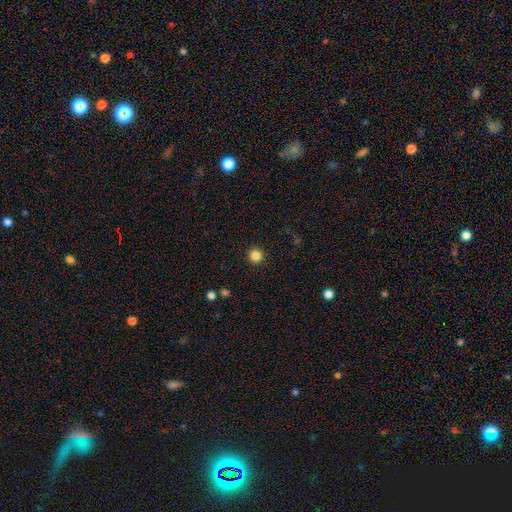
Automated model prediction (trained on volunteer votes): Smooth or featured? smooth (84%)
How rounded? round (96%)
Merging? none (93%)